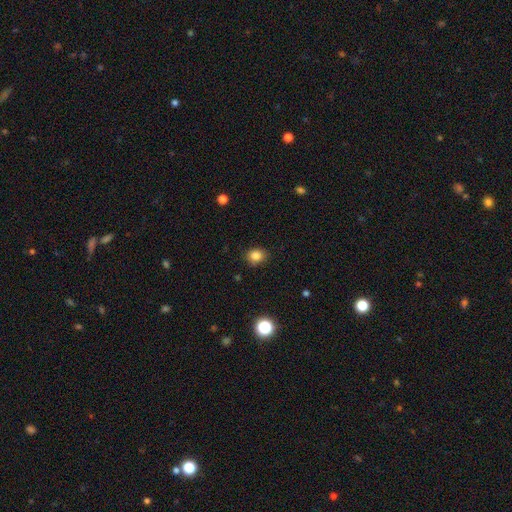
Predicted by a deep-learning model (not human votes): This is clearly a smooth galaxy (84%). How rounded: likely round (65%). Merging: clearly none (86%).